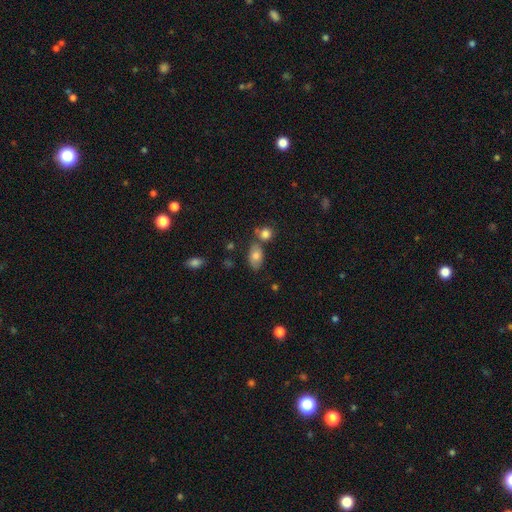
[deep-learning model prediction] Smooth or featured? smooth (75%)
How rounded? in between (88%)
Merging? none (62%)